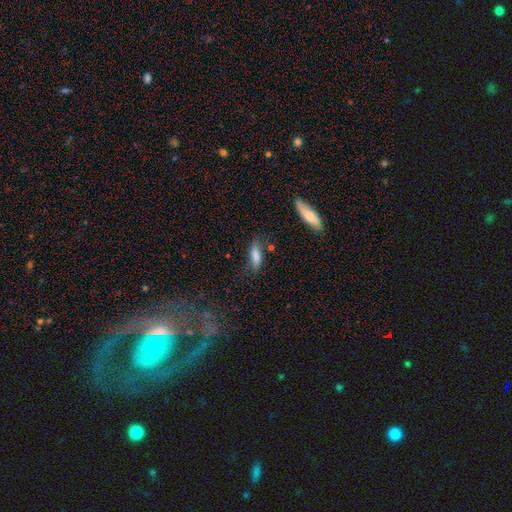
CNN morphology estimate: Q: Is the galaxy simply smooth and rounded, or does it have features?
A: smooth — 79%.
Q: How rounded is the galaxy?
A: in between — 49%.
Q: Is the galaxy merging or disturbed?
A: none — 66%.